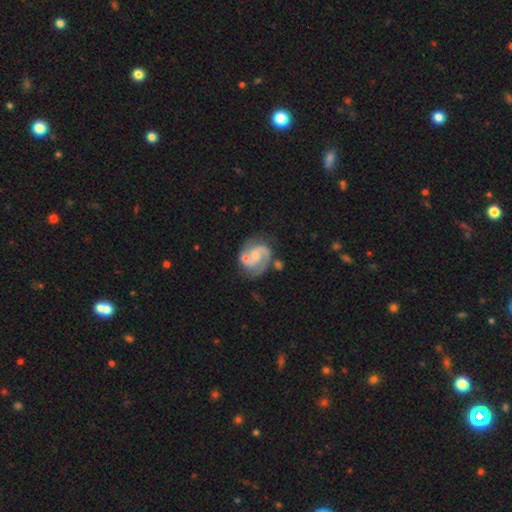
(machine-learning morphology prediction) Smooth or featured? featured or disk (86%)
Edge-on disk? no (98%)
Bar? no (50%)
Spiral arms? yes (97%)
Spiral winding? medium (56%)
Spiral arm count? 2 (89%)
Bulge size? small (43%)
Merging? none (58%)